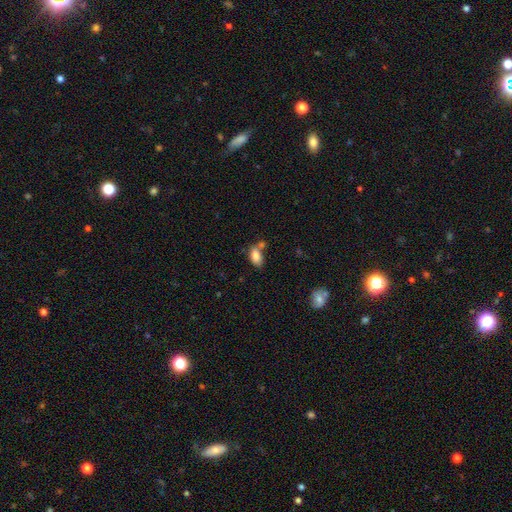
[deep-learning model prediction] Smooth or featured? smooth (83%)
How rounded? in between (91%)
Merging? none (48%)